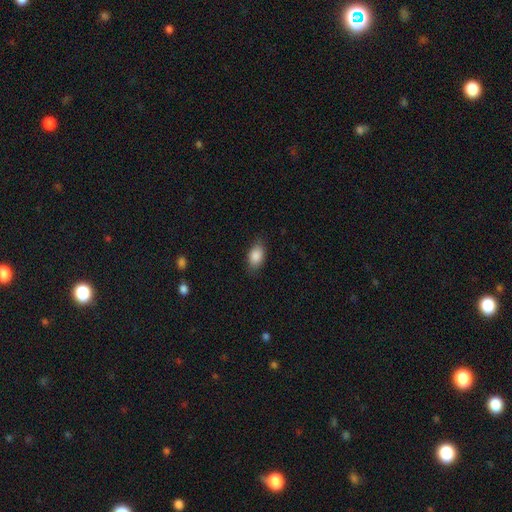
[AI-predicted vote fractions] smooth 87%, star or artifact 7%, featured or disk 6%. Down the decision tree: how rounded — in between (88%); merging — none (81%).